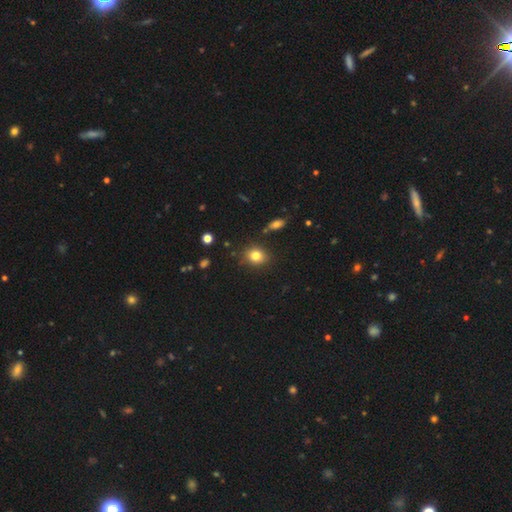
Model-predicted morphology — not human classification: A smooth galaxy with no disk features (81%) that is round (69%).

Vote fractions:
- Smooth or featured? smooth: 81% / star or artifact: 12% / featured or disk: 8%
- How rounded? round: 69% / in between: 30% / cigar-shaped: 1%
- Merging? none: 85% / minor disturbance: 10% / merger: 3% / major disturbance: 3%